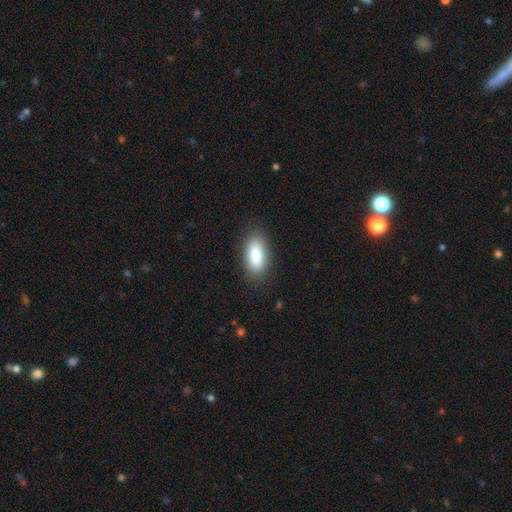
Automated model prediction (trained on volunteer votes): Smooth or featured: smooth — 83% (featured or disk — 10%)
How rounded: in between — 87% (cigar-shaped — 10%)
Merging: none — 86% (minor disturbance — 10%)